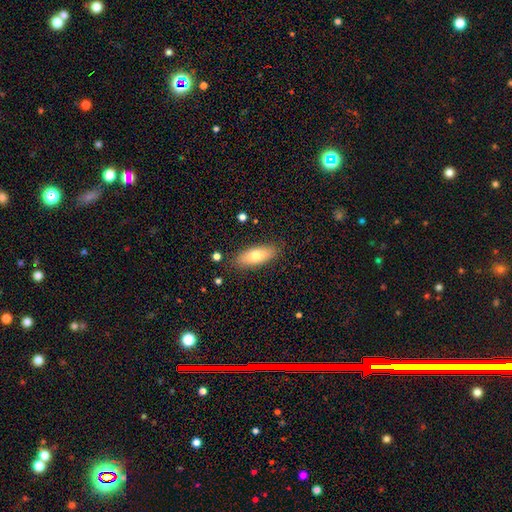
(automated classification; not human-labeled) This is likely a smooth galaxy (70%). How rounded: likely in between (73%). Merging: clearly none (87%).